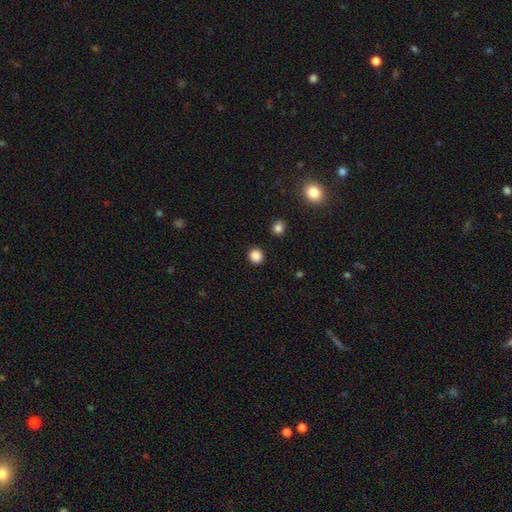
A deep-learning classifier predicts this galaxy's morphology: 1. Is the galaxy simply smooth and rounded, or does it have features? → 87% smooth, 10% star or artifact, 3% featured or disk.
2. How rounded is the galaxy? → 90% round, 9% in between, 1% cigar-shaped.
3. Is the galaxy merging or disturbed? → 92% none, 5% minor disturbance, 2% major disturbance, 2% merger.